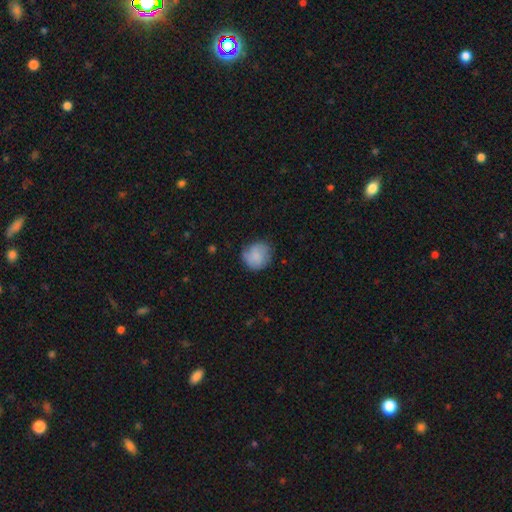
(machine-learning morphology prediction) This is clearly a smooth galaxy (80%). How rounded: clearly round (83%). Merging: likely none (70%).